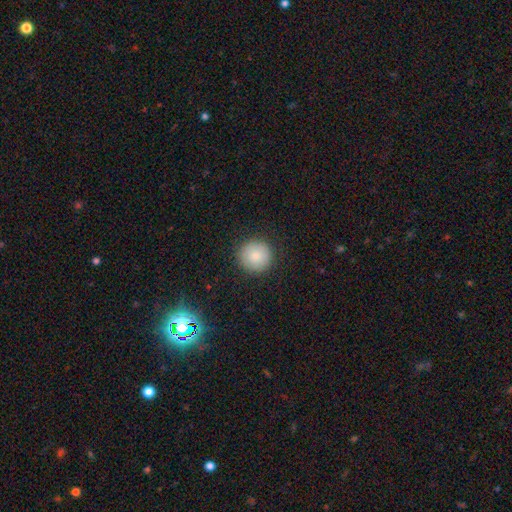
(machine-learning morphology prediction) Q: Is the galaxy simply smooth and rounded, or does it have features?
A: smooth — 85%.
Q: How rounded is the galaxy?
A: round — 95%.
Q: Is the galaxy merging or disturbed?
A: none — 89%.